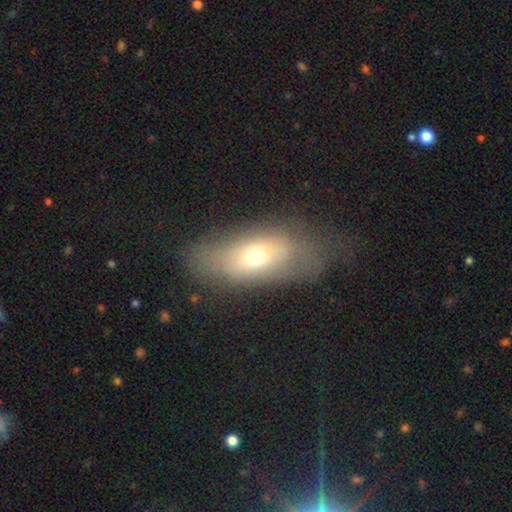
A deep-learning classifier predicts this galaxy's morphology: smooth 60%, featured or disk 29%, star or artifact 11%. Down the decision tree: how rounded — in between (82%); merging — none (57%).